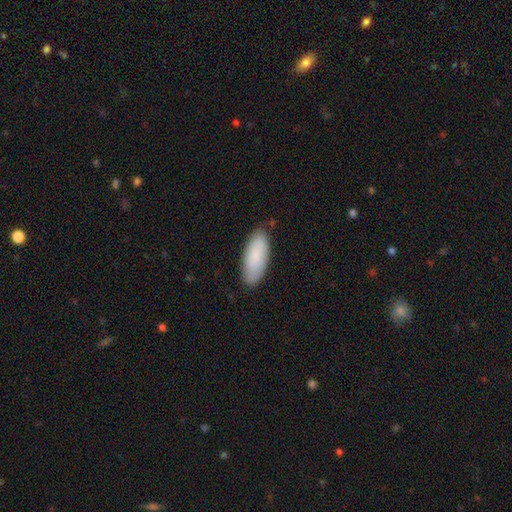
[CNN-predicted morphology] smooth-or-featured: smooth: 85% | featured or disk: 10% | star or artifact: 6%
  how-rounded: in between: 78% | cigar-shaped: 21% | round: 2%
  merging: none: 84% | minor disturbance: 13% | major disturbance: 2% | merger: 1%